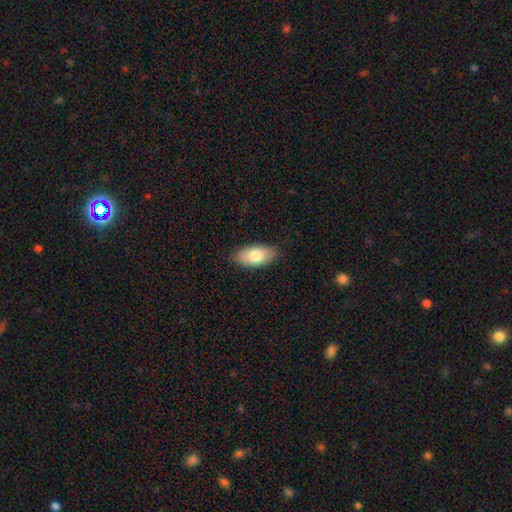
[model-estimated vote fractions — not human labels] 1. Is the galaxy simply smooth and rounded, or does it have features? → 79% smooth, 15% featured or disk, 6% star or artifact.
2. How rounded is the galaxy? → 90% in between, 7% cigar-shaped, 3% round.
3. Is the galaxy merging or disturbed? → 85% none, 12% minor disturbance, 2% major disturbance, 1% merger.